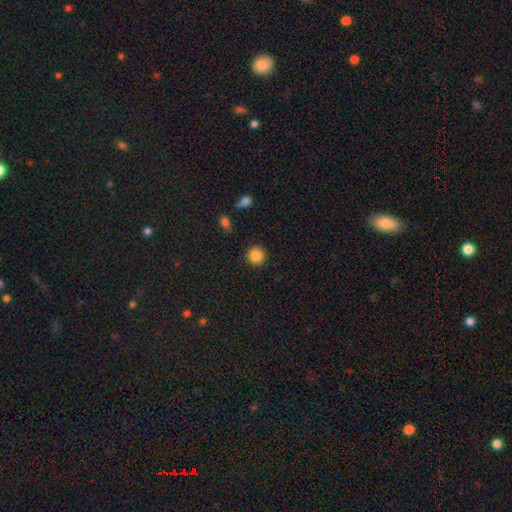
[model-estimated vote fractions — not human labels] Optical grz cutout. It shows a smooth galaxy with no disk features (85%) that is round (93%). Merging: none (90%).